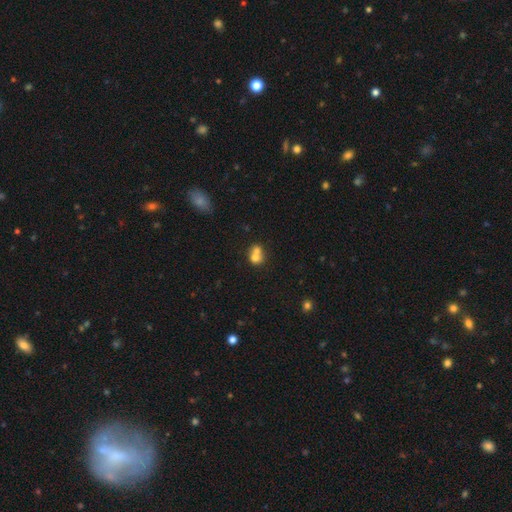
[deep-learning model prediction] Morphology: type=smooth (70%); roundness=round (70%); merging=merger (66%).